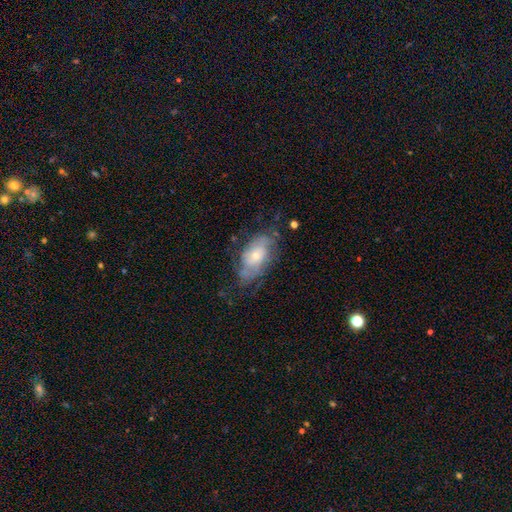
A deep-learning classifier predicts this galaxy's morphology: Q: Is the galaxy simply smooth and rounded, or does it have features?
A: featured or disk — 58%.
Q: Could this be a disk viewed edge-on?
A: no — 92%.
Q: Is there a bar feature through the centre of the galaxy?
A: no — 78%.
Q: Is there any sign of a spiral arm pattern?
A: yes — 67%.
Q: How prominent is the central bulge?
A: small — 52%.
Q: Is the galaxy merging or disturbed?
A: none — 55%.